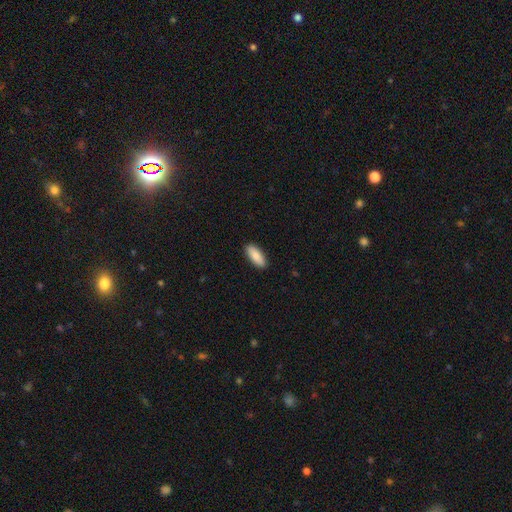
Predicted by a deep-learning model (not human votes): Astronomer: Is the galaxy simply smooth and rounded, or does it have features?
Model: smooth — 87%.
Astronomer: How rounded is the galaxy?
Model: in between — 76%.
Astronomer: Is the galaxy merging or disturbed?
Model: none — 90%.